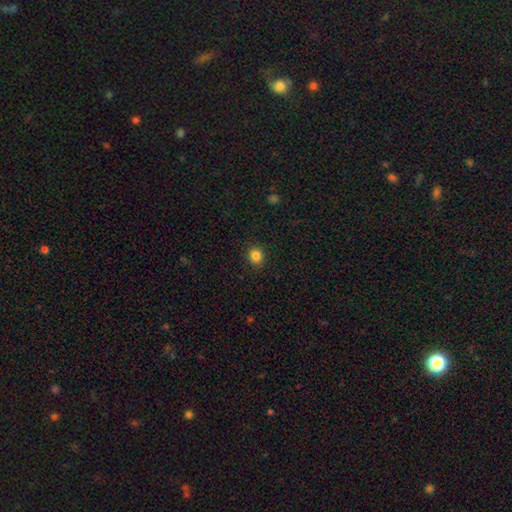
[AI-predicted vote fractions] smooth_or_featured: smooth (p=0.84) [alt: star or artifact p=0.12]
how_rounded: round (p=0.84) [alt: in between p=0.15]
merging: none (p=0.91) [alt: minor disturbance p=0.06]